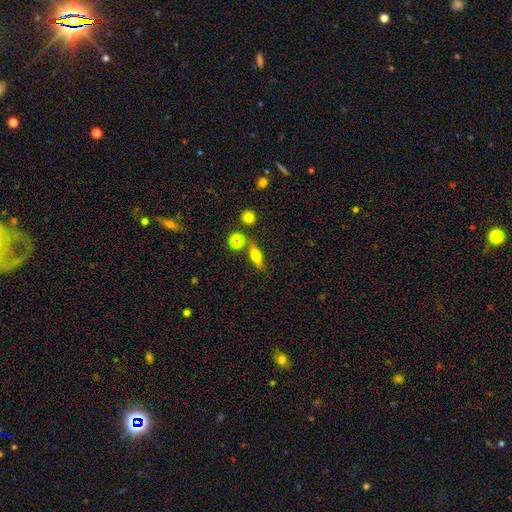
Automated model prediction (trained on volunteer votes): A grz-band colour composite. It shows a smooth galaxy with no disk features (61%) that is in between round and cigar-shaped (56%). Merging: none (70%).